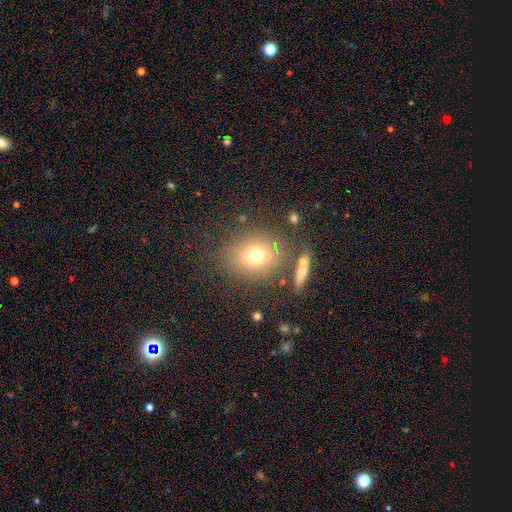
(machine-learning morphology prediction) Smooth or featured?
  - smooth: 69% *
  - star or artifact: 16%
  - featured or disk: 15%
How rounded?
  - round: 71% *
  - in between: 28%
  - cigar-shaped: 1%
Merging?
  - none: 72% *
  - minor disturbance: 12%
  - merger: 10%
  - major disturbance: 5%